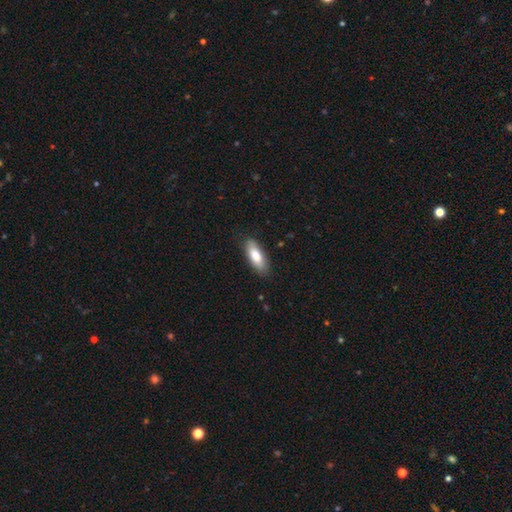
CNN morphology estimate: Overall: smooth (82%). How rounded: in between (72%). Merging: none (84%).